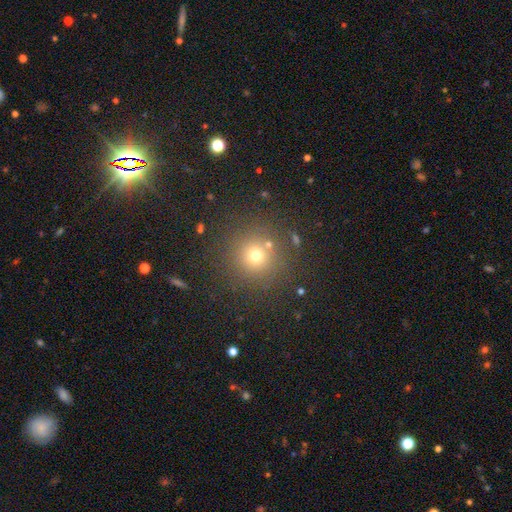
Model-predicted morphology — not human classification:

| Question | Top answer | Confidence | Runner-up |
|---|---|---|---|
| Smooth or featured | smooth | 70% | star or artifact (21%) |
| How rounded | round | 94% | in between (5%) |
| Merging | none | 85% | minor disturbance (7%) |